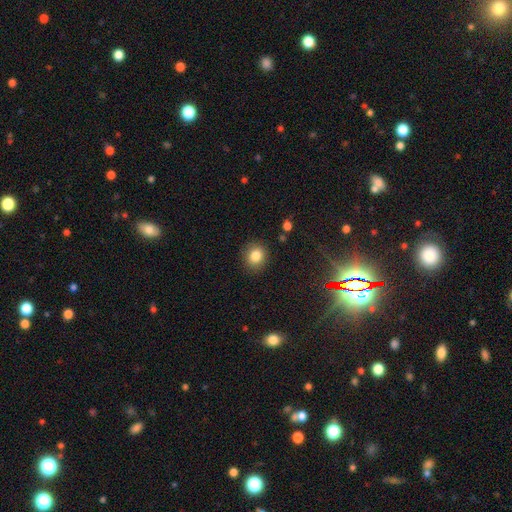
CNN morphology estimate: Q: Smooth or featured?
A: smooth (83%); runner-up: star or artifact (11%)
Q: How rounded?
A: round (77%); runner-up: in between (22%)
Q: Merging?
A: none (87%); runner-up: minor disturbance (8%)